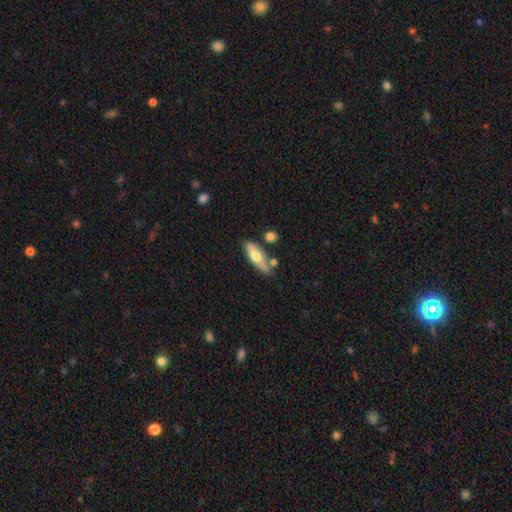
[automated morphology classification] type=smooth (60%); roundness=in between (54%); merging=none (72%).